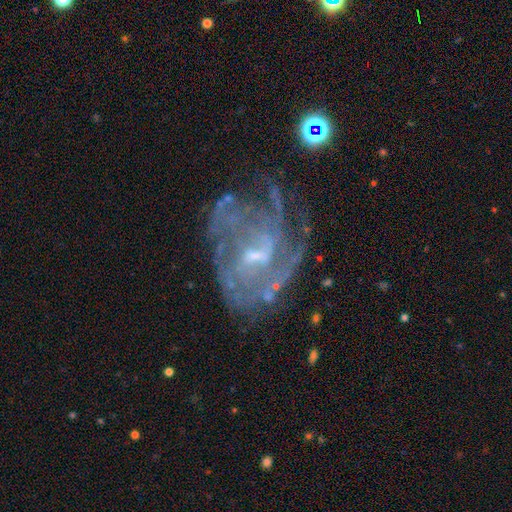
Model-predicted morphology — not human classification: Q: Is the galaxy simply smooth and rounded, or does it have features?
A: featured or disk — 81%.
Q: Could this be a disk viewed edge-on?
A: no — 97%.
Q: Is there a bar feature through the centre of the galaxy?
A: weak — 53%.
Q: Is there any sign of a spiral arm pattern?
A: yes — 83%.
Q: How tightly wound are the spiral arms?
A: tight — 45%.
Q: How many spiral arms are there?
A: can't tell — 45%.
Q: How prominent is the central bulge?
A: small — 57%.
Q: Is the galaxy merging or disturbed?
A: none — 50%.